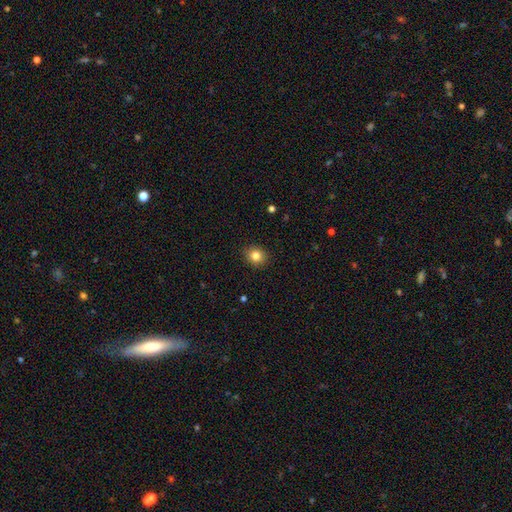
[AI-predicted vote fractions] Q: Smooth or featured?
A: smooth (83%); runner-up: star or artifact (11%)
Q: How rounded?
A: round (76%); runner-up: in between (23%)
Q: Merging?
A: none (90%); runner-up: minor disturbance (7%)